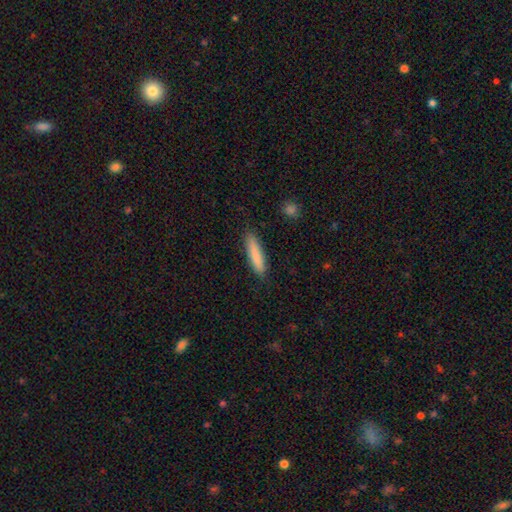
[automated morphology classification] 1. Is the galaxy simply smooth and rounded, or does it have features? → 85% smooth, 9% featured or disk, 6% star or artifact.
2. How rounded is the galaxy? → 85% cigar-shaped, 14% in between, 1% round.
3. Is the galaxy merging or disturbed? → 88% none, 9% minor disturbance, 2% major disturbance, 1% merger.